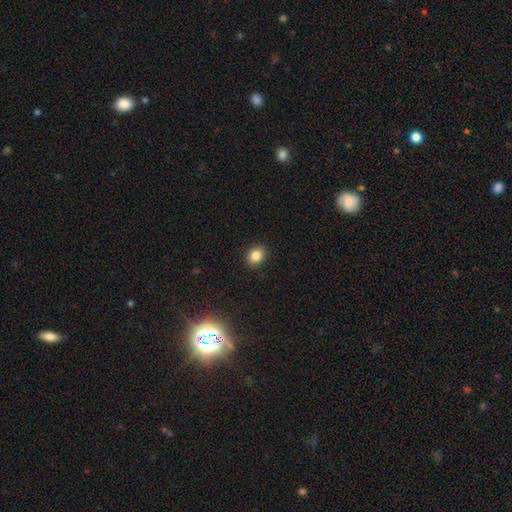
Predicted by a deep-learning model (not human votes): Q: Smooth or featured?
A: smooth (84%); runner-up: star or artifact (11%)
Q: How rounded?
A: round (56%); runner-up: in between (43%)
Q: Merging?
A: none (91%); runner-up: minor disturbance (7%)